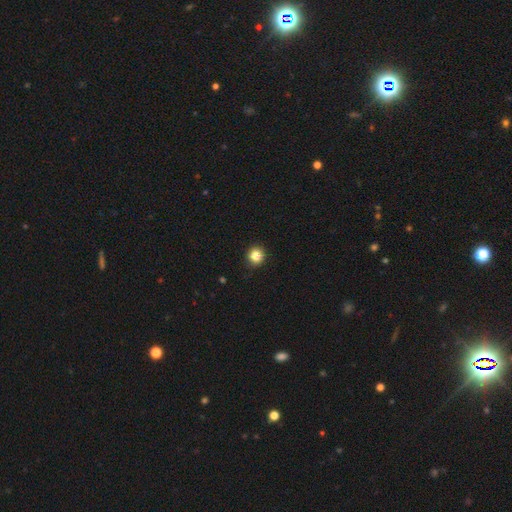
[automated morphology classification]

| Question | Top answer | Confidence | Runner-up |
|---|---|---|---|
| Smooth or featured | smooth | 84% | star or artifact (11%) |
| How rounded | round | 92% | in between (7%) |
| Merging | none | 92% | minor disturbance (5%) |